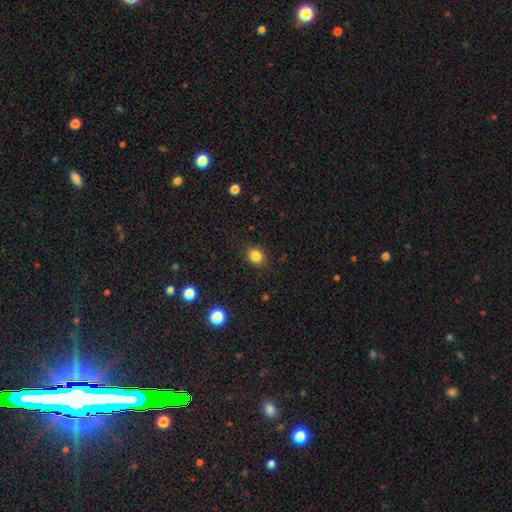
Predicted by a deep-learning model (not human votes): Overall: smooth (84%). How rounded: round (58%; in between 41%). Merging: none (86%).